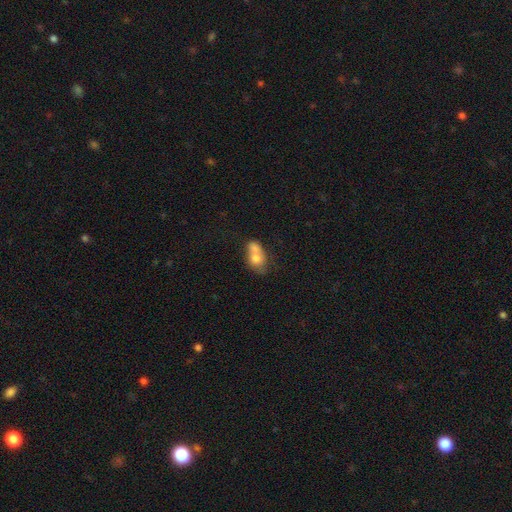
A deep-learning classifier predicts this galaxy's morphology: Smooth or featured: smooth — 69% (featured or disk — 23%)
How rounded: in between — 67% (round — 31%)
Merging: merger — 65% (none — 20%)